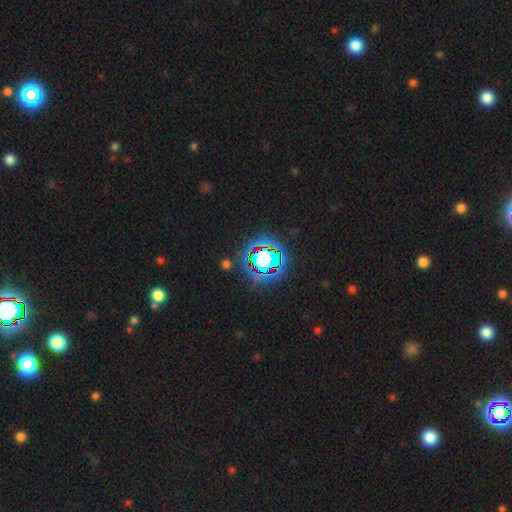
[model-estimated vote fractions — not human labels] Smooth or featured?
  - star or artifact: 74% *
  - smooth: 15%
  - featured or disk: 12%